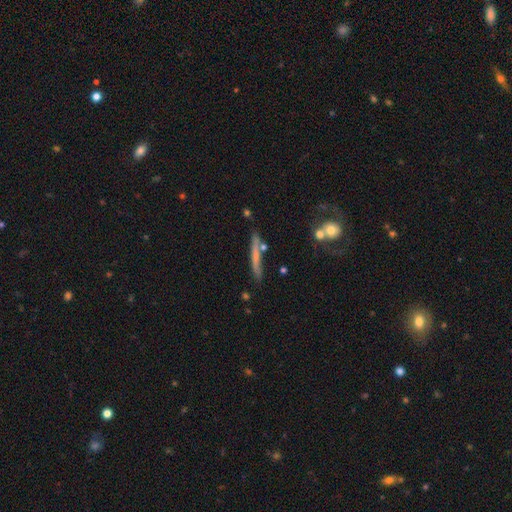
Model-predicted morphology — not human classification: A smooth galaxy with no disk features (51%) that is cigar-shaped (94%). Merging: none (80%).